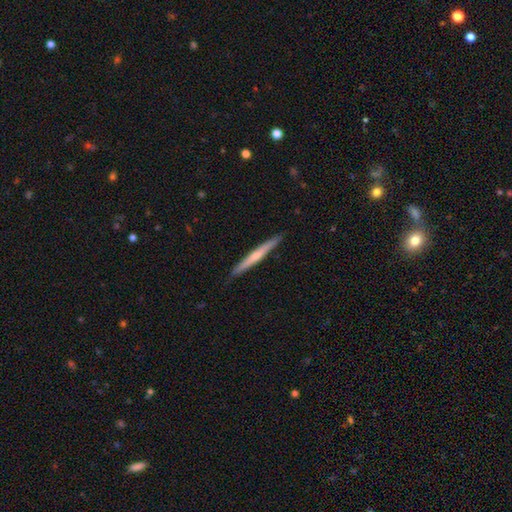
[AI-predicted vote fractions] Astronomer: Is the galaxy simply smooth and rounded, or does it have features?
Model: featured or disk — 53% (runner-up: smooth, 42%).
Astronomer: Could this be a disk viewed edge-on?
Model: yes — 97%.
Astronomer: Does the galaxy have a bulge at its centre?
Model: rounded — 54% (runner-up: none, 42%).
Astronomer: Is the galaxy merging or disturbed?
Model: none — 90%.